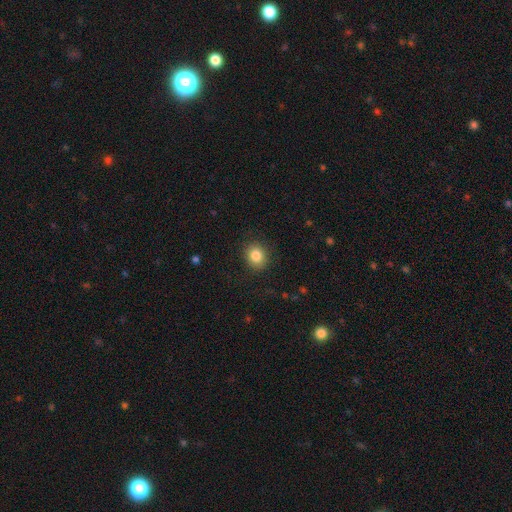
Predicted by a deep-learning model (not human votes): A smooth galaxy with no disk features (84%) that is round (71%).

Vote fractions:
- Smooth or featured? smooth: 84% / star or artifact: 10% / featured or disk: 6%
- How rounded? round: 71% / in between: 28% / cigar-shaped: 1%
- Merging? none: 88% / minor disturbance: 9% / major disturbance: 3% / merger: 1%